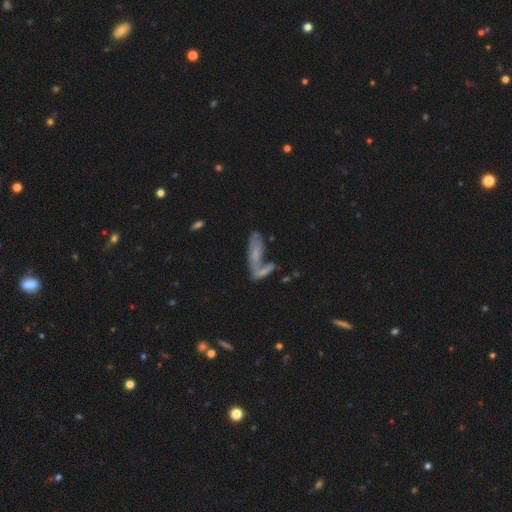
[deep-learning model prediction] Morphology: type=featured or disk (43%); merging=merger (39%).